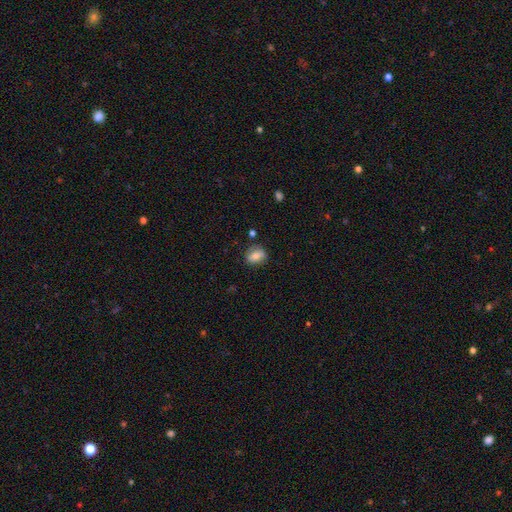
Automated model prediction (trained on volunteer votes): Smooth or featured? Predicted: smooth (p=0.72). How rounded? Predicted: in between (p=0.51). Merging? Predicted: none (p=0.78).